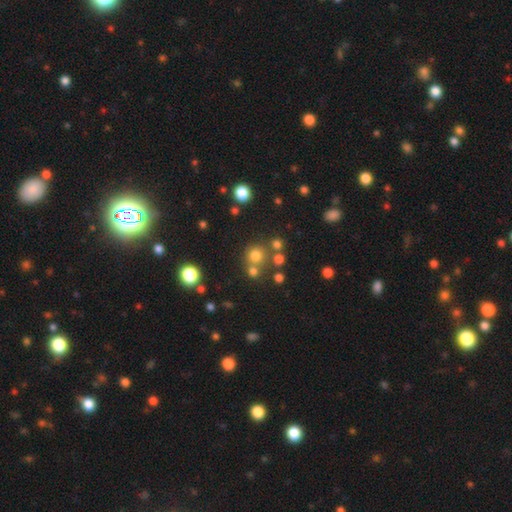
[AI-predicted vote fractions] Smooth or featured: smooth — 71% (star or artifact — 21%)
How rounded: round — 91% (in between — 8%)
Merging: none — 67% (merger — 21%)